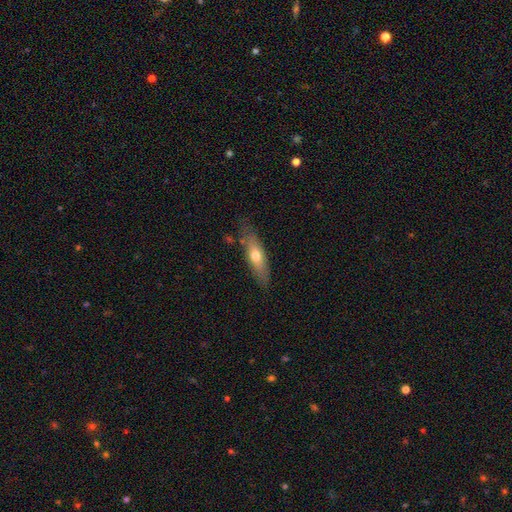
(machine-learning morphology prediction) Smooth or featured?
  - smooth: 60% *
  - featured or disk: 34%
  - star or artifact: 6%
How rounded?
  - cigar-shaped: 54% *
  - in between: 44%
  - round: 3%
Merging?
  - none: 77% *
  - minor disturbance: 16%
  - major disturbance: 4%
  - merger: 3%